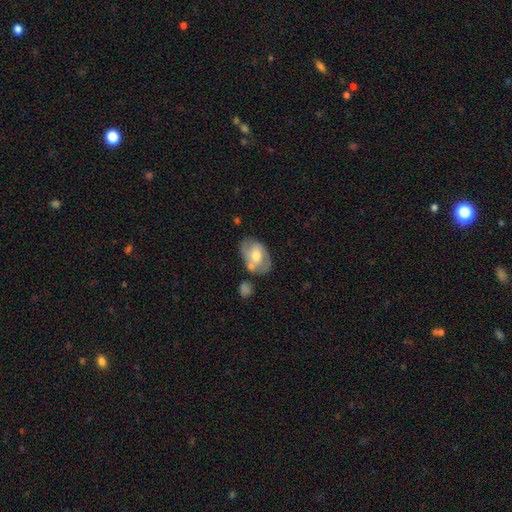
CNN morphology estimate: Smooth or featured? Predicted: featured or disk (p=0.50). Merging? Predicted: none (p=0.59).